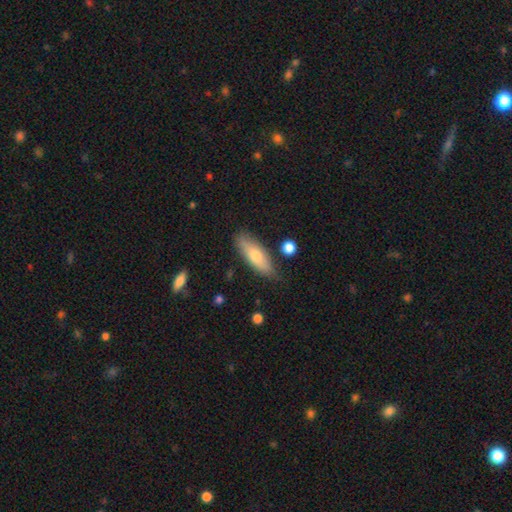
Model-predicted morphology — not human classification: The model was most divided on "how rounded": in between: 54%, cigar-shaped: 43%, round: 2%. More confident: merging — none (81%); smooth or featured — smooth (67%).